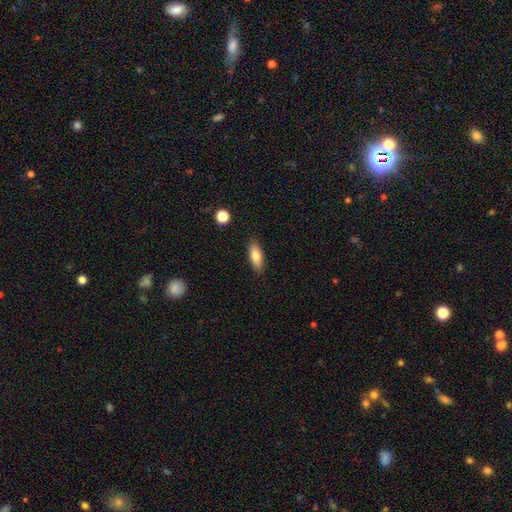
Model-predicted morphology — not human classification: This is likely a smooth galaxy (80%). How rounded: likely in between (72%). Merging: clearly none (87%).